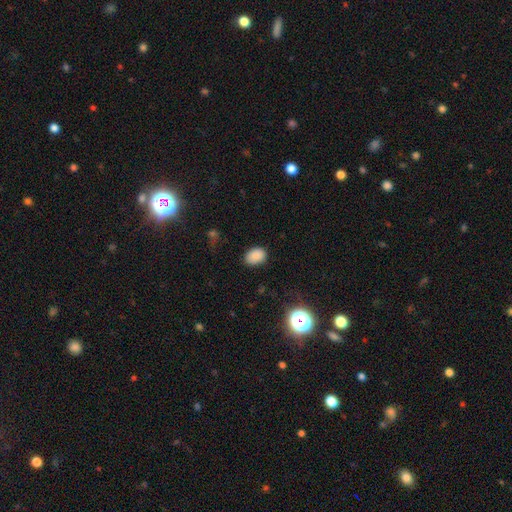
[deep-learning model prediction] Smooth or featured? Predicted: smooth (p=0.85). How rounded? Predicted: in between (p=0.79). Merging? Predicted: none (p=0.82).